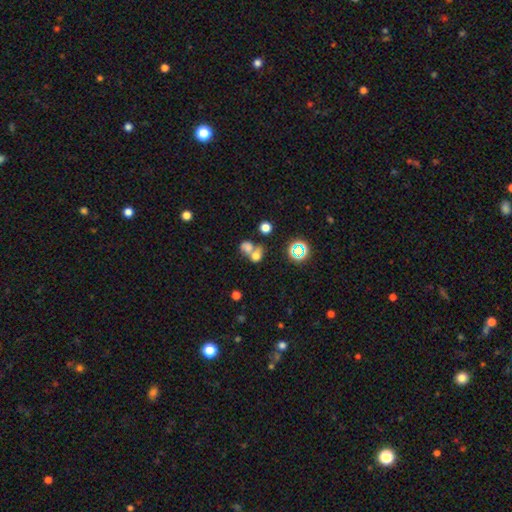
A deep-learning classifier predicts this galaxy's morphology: Overall: smooth (64%). How rounded: round (53%; in between 45%). Merging: merger (64%; none 25%).